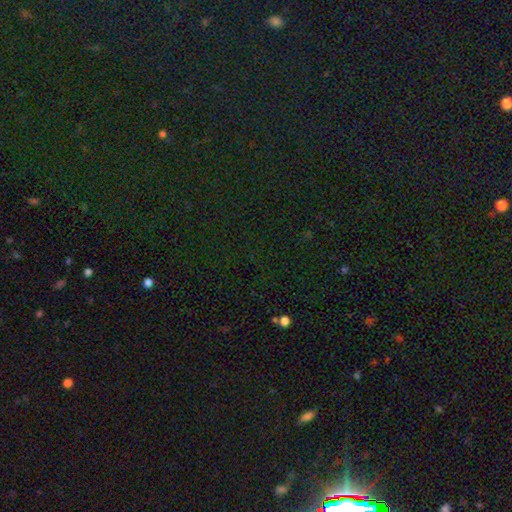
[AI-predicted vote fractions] Smooth or featured? star or artifact (79%)